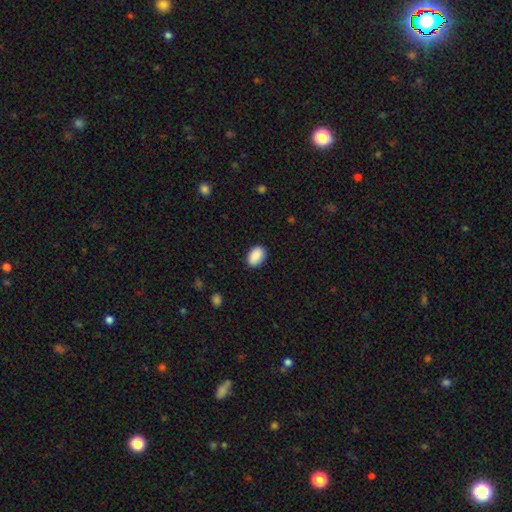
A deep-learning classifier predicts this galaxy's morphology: This is clearly a smooth galaxy (91%). How rounded: clearly in between (86%). Merging: clearly none (88%).